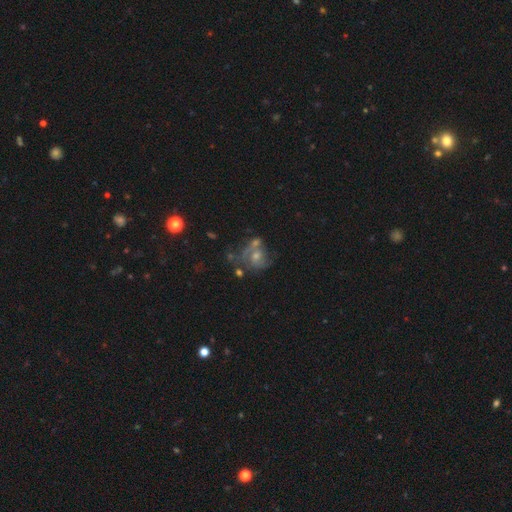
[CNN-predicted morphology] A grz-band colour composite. It shows a featured or disk galaxy (56%) with no bar (74%), spiral arms (66%) and a moderate central bulge (50%). Merging: none (39%).